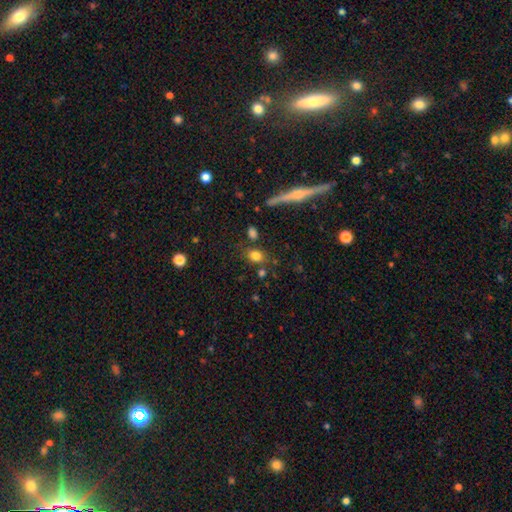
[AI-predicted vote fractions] A smooth galaxy with no disk features (78%) that is in between round and cigar-shaped (54%).

Vote fractions:
- Smooth or featured? smooth: 78% / star or artifact: 12% / featured or disk: 10%
- How rounded? in between: 54% / round: 42% / cigar-shaped: 4%
- Merging? none: 74% / minor disturbance: 13% / merger: 8% / major disturbance: 5%